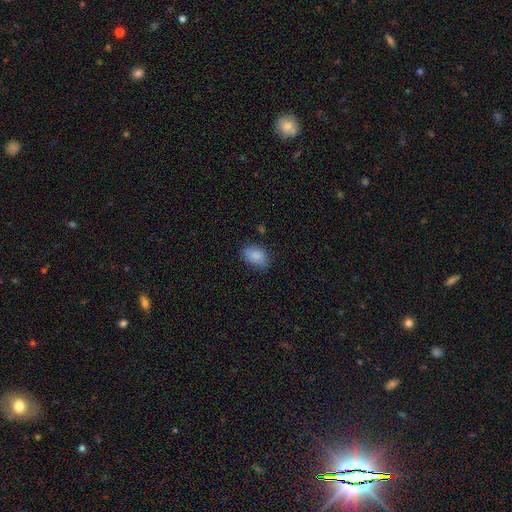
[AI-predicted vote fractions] A smooth galaxy with no disk features (86%) that is in between round and cigar-shaped (84%).

Vote fractions:
- Smooth or featured? smooth: 86% / star or artifact: 8% / featured or disk: 6%
- How rounded? in between: 84% / round: 15% / cigar-shaped: 1%
- Merging? none: 73% / minor disturbance: 21% / major disturbance: 5% / merger: 2%